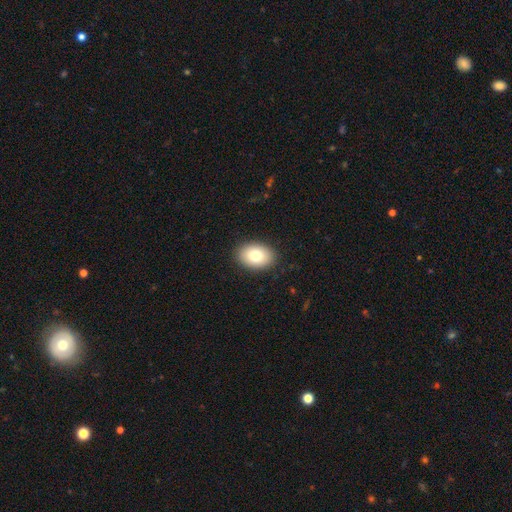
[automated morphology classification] A smooth galaxy with no disk features (79%) that is in between round and cigar-shaped (79%).

Vote fractions:
- Smooth or featured? smooth: 79% / featured or disk: 12% / star or artifact: 8%
- How rounded? in between: 79% / round: 20% / cigar-shaped: 1%
- Merging? none: 90% / minor disturbance: 7% / major disturbance: 2% / merger: 1%